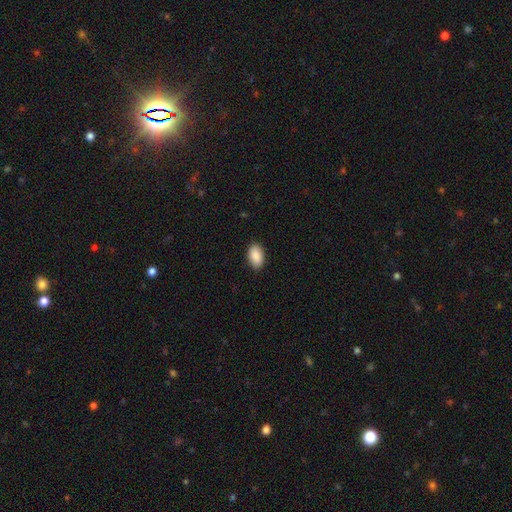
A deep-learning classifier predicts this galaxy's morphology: A smooth galaxy with no disk features (90%) that is in between round and cigar-shaped (94%). Merging: none (89%).